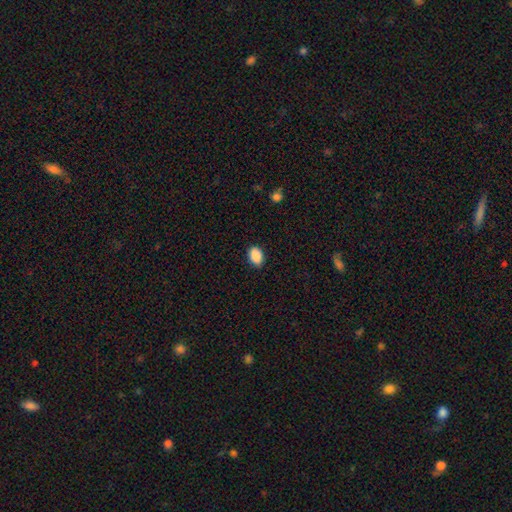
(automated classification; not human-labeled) Smooth or featured? smooth (90%)
How rounded? in between (86%)
Merging? none (88%)